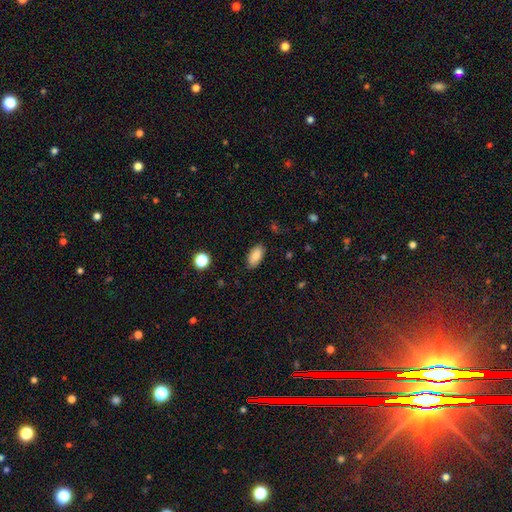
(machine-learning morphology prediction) Smooth or featured? smooth (82%)
How rounded? in between (92%)
Merging? none (86%)